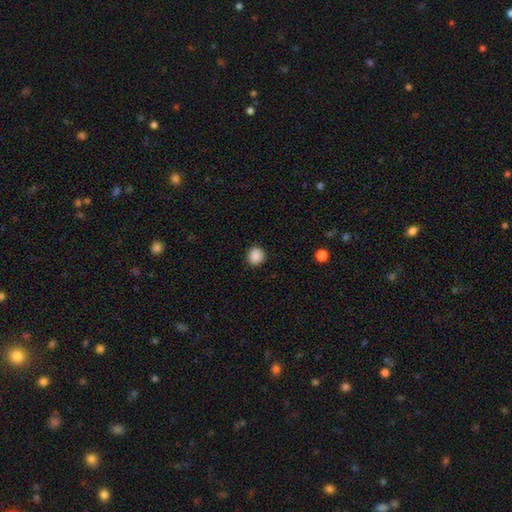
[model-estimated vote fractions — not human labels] Smooth or featured? Predicted: smooth (p=0.89). How rounded? Predicted: round (p=0.92). Merging? Predicted: none (p=0.91).